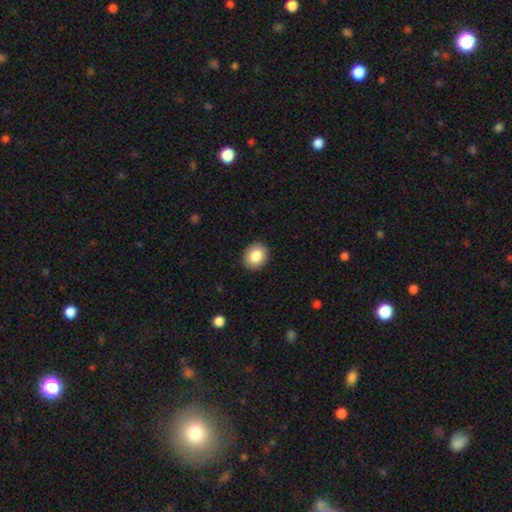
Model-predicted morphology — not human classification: A smooth galaxy with no disk features (85%) that is round (68%).

Vote fractions:
- Smooth or featured? smooth: 85% / star or artifact: 8% / featured or disk: 6%
- How rounded? round: 68% / in between: 31% / cigar-shaped: 1%
- Merging? none: 90% / minor disturbance: 7% / major disturbance: 2% / merger: 1%